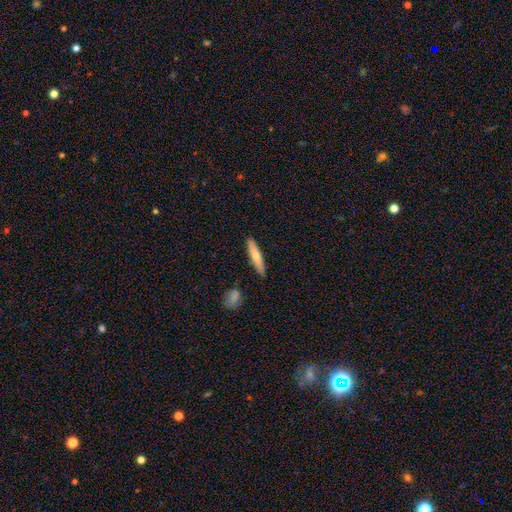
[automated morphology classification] Smooth or featured? Predicted: smooth (p=0.66). How rounded? Predicted: cigar-shaped (p=0.85). Merging? Predicted: none (p=0.87).